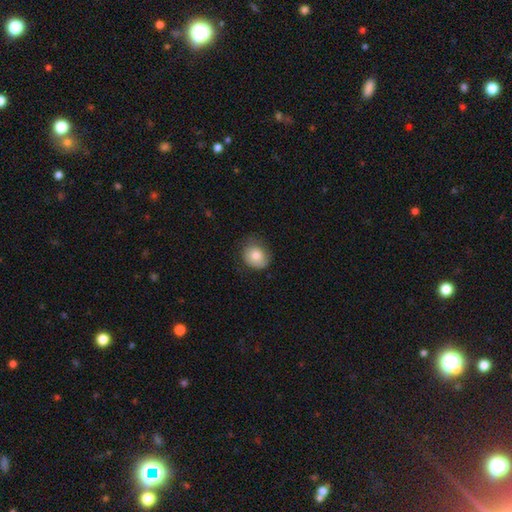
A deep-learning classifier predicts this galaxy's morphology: Q: Smooth or featured?
A: smooth (80%); runner-up: featured or disk (12%)
Q: How rounded?
A: round (66%); runner-up: in between (33%)
Q: Merging?
A: none (67%); runner-up: minor disturbance (25%)